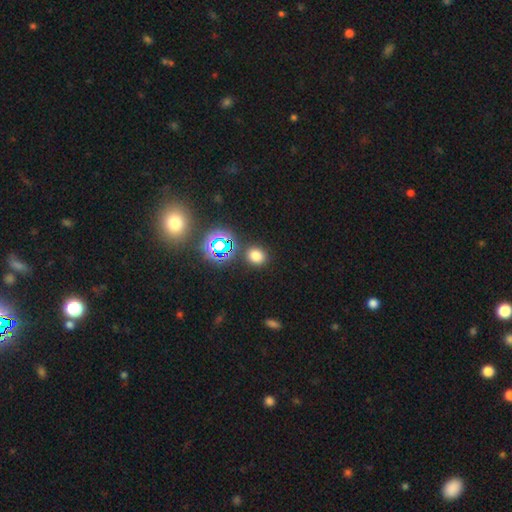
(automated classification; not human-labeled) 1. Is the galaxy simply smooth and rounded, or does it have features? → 69% smooth, 25% star or artifact, 6% featured or disk.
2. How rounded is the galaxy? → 65% round, 34% in between, 1% cigar-shaped.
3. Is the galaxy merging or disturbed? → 85% none, 8% minor disturbance, 4% merger, 3% major disturbance.